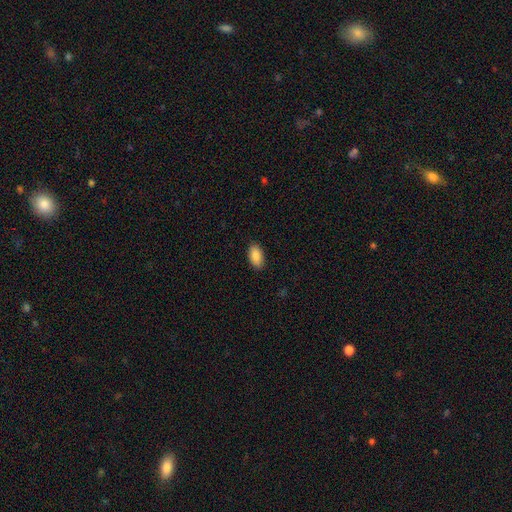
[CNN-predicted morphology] A smooth galaxy with no disk features (88%) that is in between round and cigar-shaped (94%).

Vote fractions:
- Smooth or featured? smooth: 88% / star or artifact: 7% / featured or disk: 5%
- How rounded? in between: 94% / round: 3% / cigar-shaped: 3%
- Merging? none: 89% / minor disturbance: 8% / major disturbance: 2% / merger: 1%